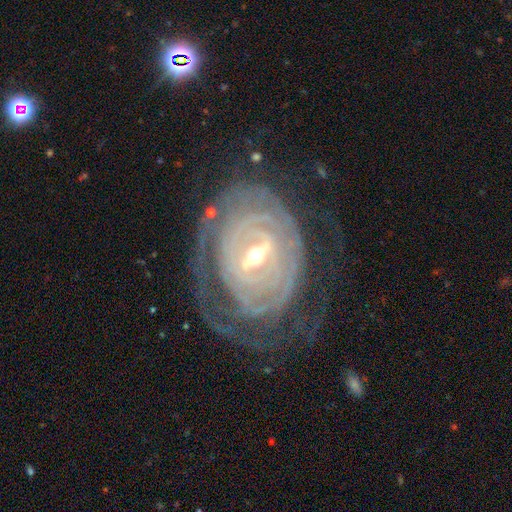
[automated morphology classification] Q: Smooth or featured?
A: featured or disk (86%); runner-up: smooth (8%)
Q: Edge-on disk?
A: no (95%); runner-up: yes (5%)
Q: Bar?
A: weak (45%); runner-up: strong (38%)
Q: Spiral arms?
A: yes (86%); runner-up: no (14%)
Q: Spiral winding?
A: tight (81%); runner-up: medium (14%)
Q: Spiral arm count?
A: can't tell (49%); runner-up: 2 (16%)
Q: Bulge size?
A: moderate (50%); runner-up: small (45%)
Q: Merging?
A: none (66%); runner-up: minor disturbance (17%)